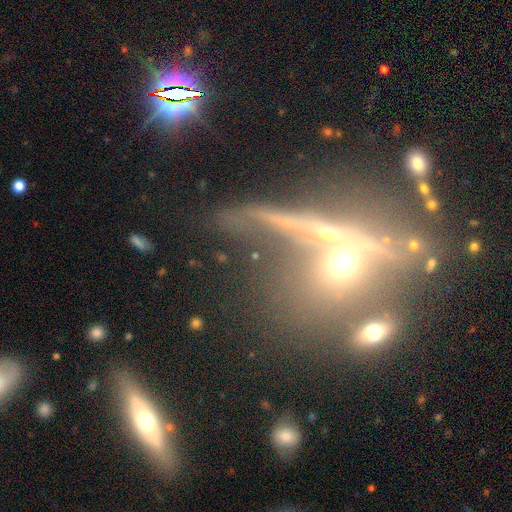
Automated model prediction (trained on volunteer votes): smooth 38%, featured or disk 34%, star or artifact 28%. Down the decision tree: merging — none (49%).